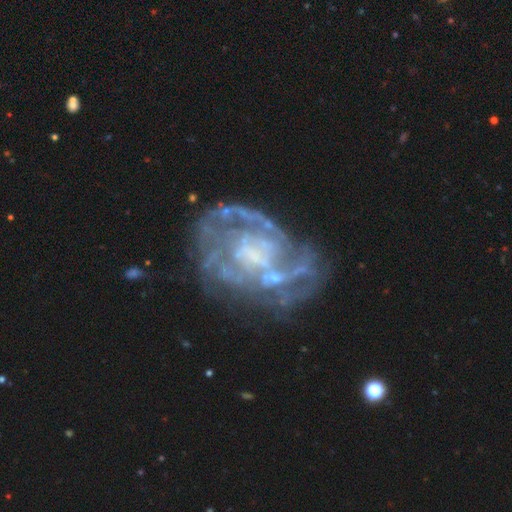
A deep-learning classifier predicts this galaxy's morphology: A featured or disk galaxy (83%) with no bar (60%), tight (48%) spiral arms (72%) and no central bulge (48%).

Vote fractions:
- Smooth or featured? featured or disk: 83% / smooth: 9% / star or artifact: 8%
- Edge-on disk? no: 98% / yes: 2%
- Bar? no: 60% / weak: 29% / strong: 10%
- Spiral arms? yes: 72% / no: 28%
- Spiral winding? tight: 48% / medium: 36% / loose: 16%
- Spiral arm count? can't tell: 47% / 2: 18% / 3: 14% / 4: 8% / 1: 7% / more than 4: 6%
- Bulge size? none: 48% / small: 27% / moderate: 18% / large: 5% / dominant: 1%
- Merging? none: 53% / major disturbance: 22% / minor disturbance: 19% / merger: 5%